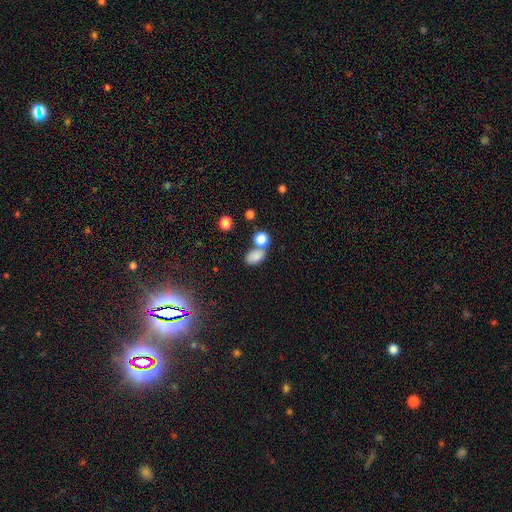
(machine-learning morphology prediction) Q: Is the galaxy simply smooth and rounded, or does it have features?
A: smooth — 81%.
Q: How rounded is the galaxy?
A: in between — 82%.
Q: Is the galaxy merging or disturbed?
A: none — 54%.